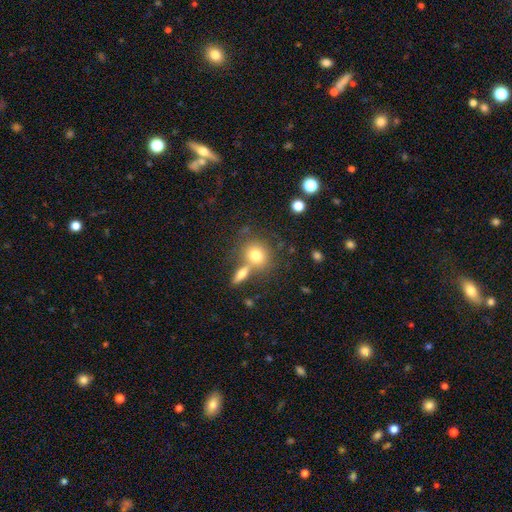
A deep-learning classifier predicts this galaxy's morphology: smooth_or_featured: smooth (p=0.76) [alt: featured or disk p=0.14]
how_rounded: round (p=0.69) [alt: in between p=0.29]
merging: none (p=0.52) [alt: merger p=0.33]